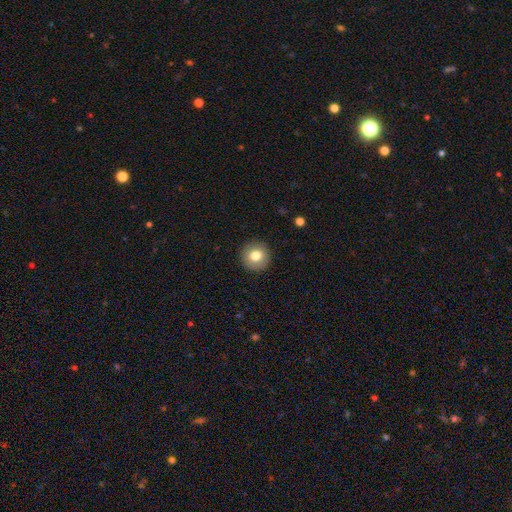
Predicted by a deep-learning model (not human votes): Overall: smooth (79%). How rounded: round (95%). Merging: none (92%).